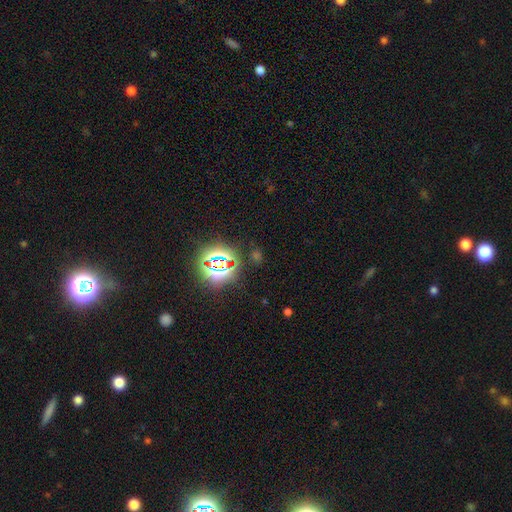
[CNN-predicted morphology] type=star or artifact (73%).